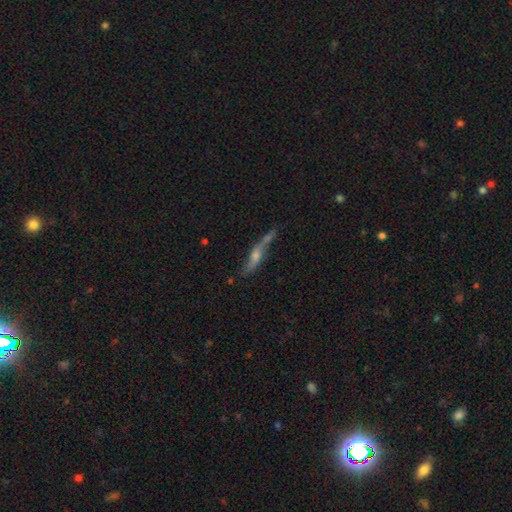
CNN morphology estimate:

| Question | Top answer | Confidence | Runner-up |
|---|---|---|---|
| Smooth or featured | featured or disk | 64% | smooth (27%) |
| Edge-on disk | yes | 65% | no (35%) |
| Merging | none | 54% | minor disturbance (23%) |